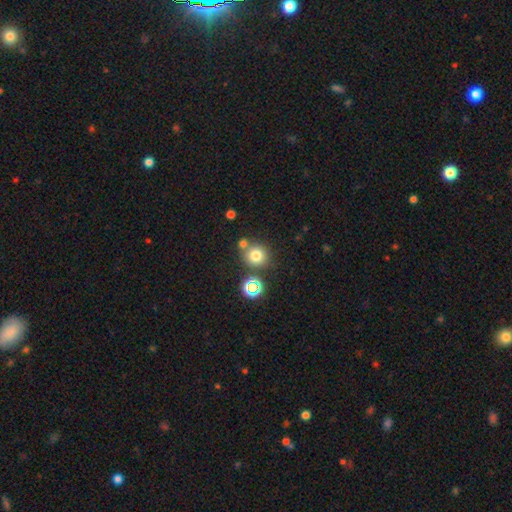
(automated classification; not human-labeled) A smooth galaxy with no disk features (74%) that is round (90%).

Vote fractions:
- Smooth or featured? smooth: 74% / star or artifact: 17% / featured or disk: 8%
- How rounded? round: 90% / in between: 9% / cigar-shaped: 1%
- Merging? none: 67% / merger: 20% / minor disturbance: 9% / major disturbance: 4%